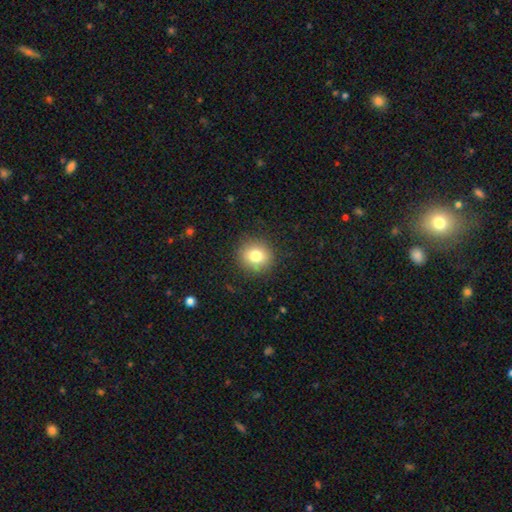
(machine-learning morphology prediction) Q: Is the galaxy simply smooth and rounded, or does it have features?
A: smooth — 79%.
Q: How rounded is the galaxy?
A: round — 89%.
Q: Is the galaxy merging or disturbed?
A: none — 89%.